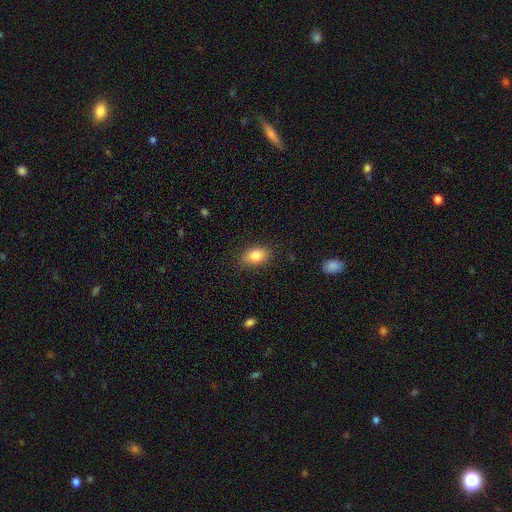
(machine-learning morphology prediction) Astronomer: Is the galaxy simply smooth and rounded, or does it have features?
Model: smooth — 83%.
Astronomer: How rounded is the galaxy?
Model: in between — 78%.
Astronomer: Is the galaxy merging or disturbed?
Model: none — 85%.